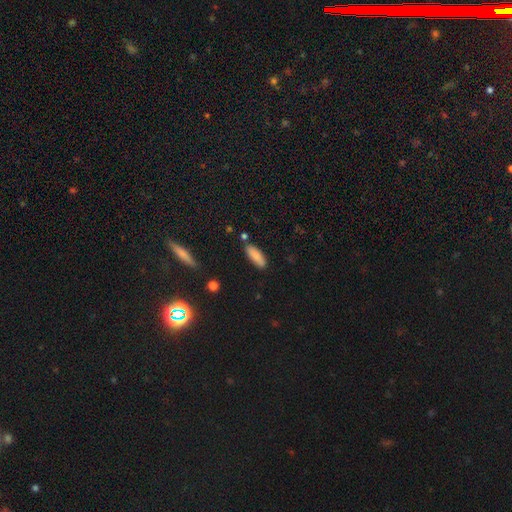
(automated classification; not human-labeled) Smooth or featured?
  - smooth: 86% *
  - star or artifact: 7%
  - featured or disk: 7%
How rounded?
  - in between: 60% *
  - cigar-shaped: 38%
  - round: 2%
Merging?
  - none: 82% *
  - minor disturbance: 12%
  - merger: 4%
  - major disturbance: 2%